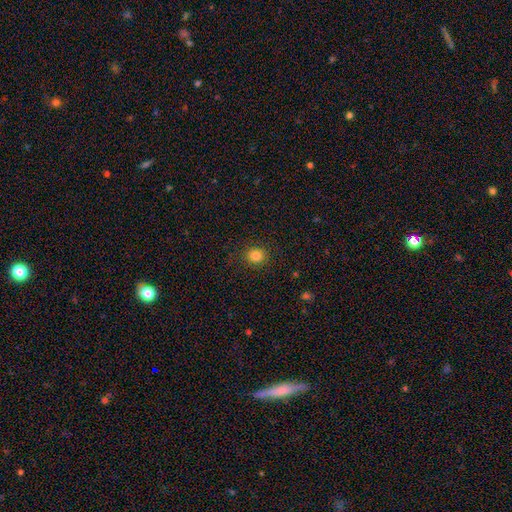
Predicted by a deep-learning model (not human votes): Morphology: type=smooth (83%); roundness=round (85%); merging=none (90%).